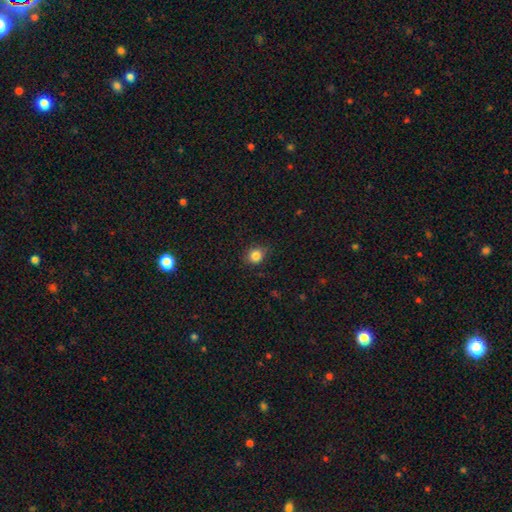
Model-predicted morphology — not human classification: Smooth or featured? Predicted: smooth (p=0.84). How rounded? Predicted: round (p=0.74). Merging? Predicted: none (p=0.81).